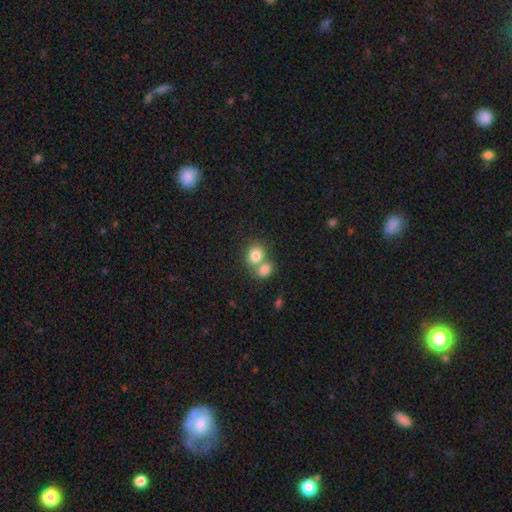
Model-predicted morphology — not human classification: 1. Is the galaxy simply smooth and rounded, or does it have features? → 80% smooth, 11% featured or disk, 9% star or artifact.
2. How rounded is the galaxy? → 66% round, 33% in between, 1% cigar-shaped.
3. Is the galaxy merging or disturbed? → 55% merger, 35% none, 7% minor disturbance, 3% major disturbance.